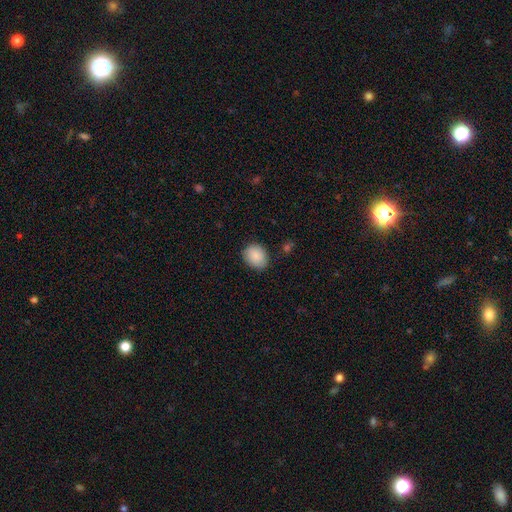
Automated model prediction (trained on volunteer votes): Smooth or featured?
  - smooth: 88% *
  - star or artifact: 7%
  - featured or disk: 5%
How rounded?
  - round: 52% *
  - in between: 47%
  - cigar-shaped: 1%
Merging?
  - none: 82% *
  - minor disturbance: 14%
  - major disturbance: 3%
  - merger: 2%